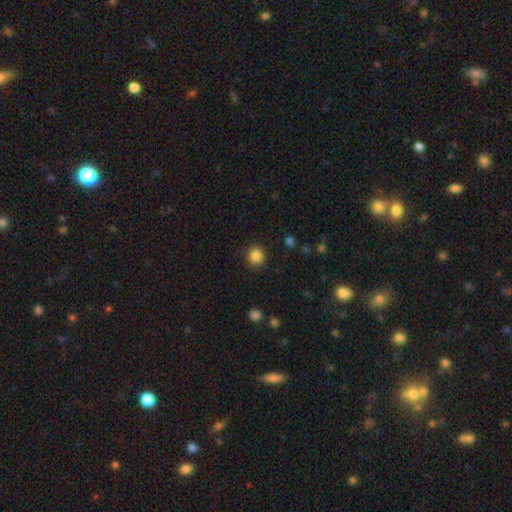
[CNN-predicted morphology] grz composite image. It shows a smooth galaxy with no disk features (85%) that is round (89%). Merging: none (90%).